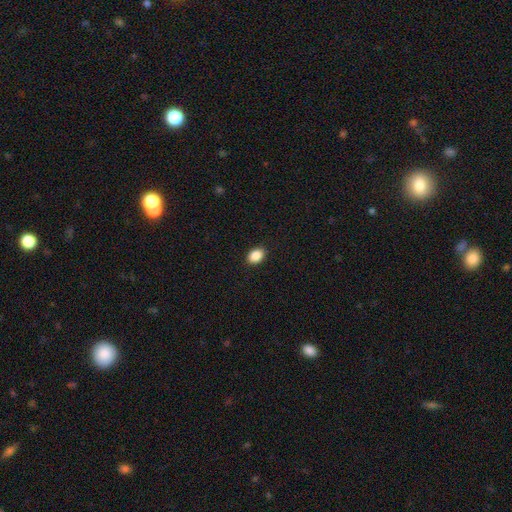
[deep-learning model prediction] The model was most divided on "how rounded": in between: 74%, round: 25%, cigar-shaped: 1%. More confident: merging — none (89%); smooth or featured — smooth (89%).